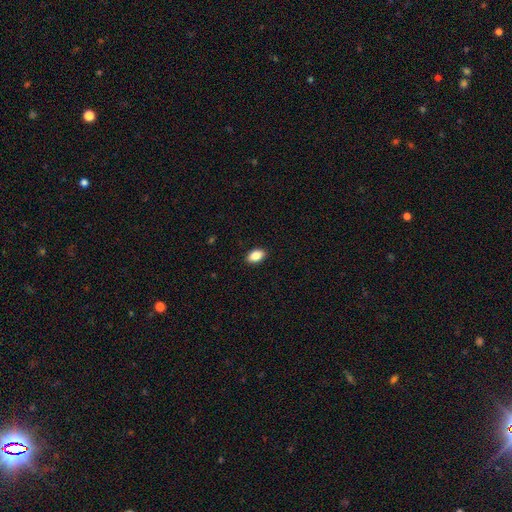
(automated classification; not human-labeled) The model was most divided on "smooth or featured": smooth: 86%, star or artifact: 8%, featured or disk: 6%. More confident: how rounded — in between (91%); merging — none (90%).